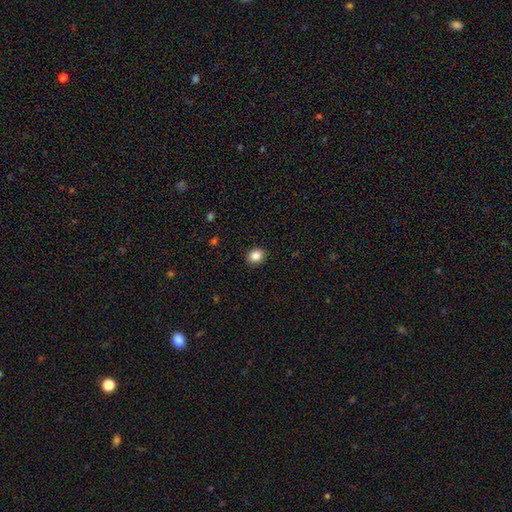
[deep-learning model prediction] Smooth or featured: smooth — 86% (star or artifact — 10%)
How rounded: round — 72% (in between — 28%)
Merging: none — 91% (minor disturbance — 6%)